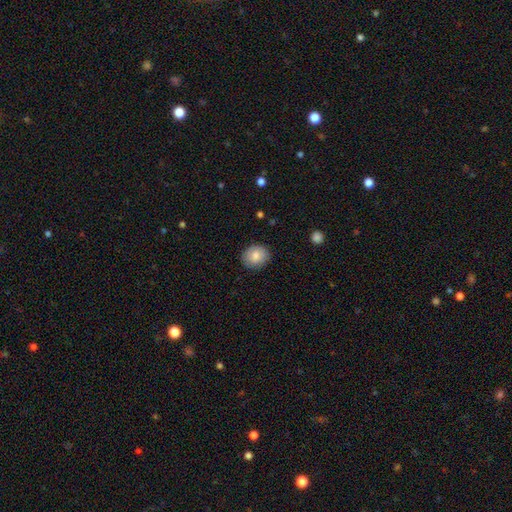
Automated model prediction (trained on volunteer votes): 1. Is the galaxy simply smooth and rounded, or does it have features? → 82% smooth, 10% featured or disk, 7% star or artifact.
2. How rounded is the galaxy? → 63% round, 37% in between, 1% cigar-shaped.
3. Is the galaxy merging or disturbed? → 85% none, 11% minor disturbance, 2% major disturbance, 1% merger.